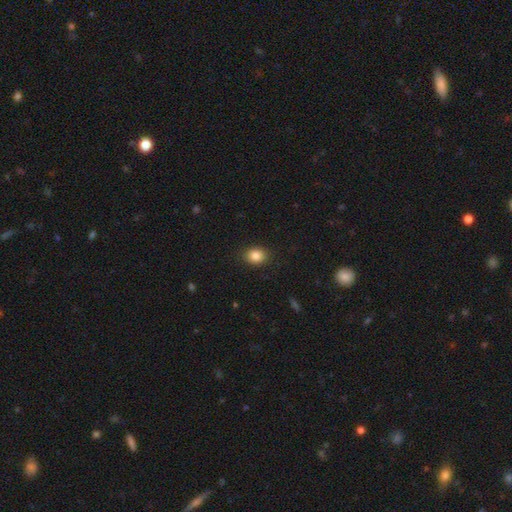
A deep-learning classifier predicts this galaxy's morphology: Smooth or featured?
  - smooth: 86% *
  - star or artifact: 9%
  - featured or disk: 5%
How rounded?
  - round: 55% *
  - in between: 44%
  - cigar-shaped: 1%
Merging?
  - none: 89% *
  - minor disturbance: 8%
  - major disturbance: 2%
  - merger: 1%